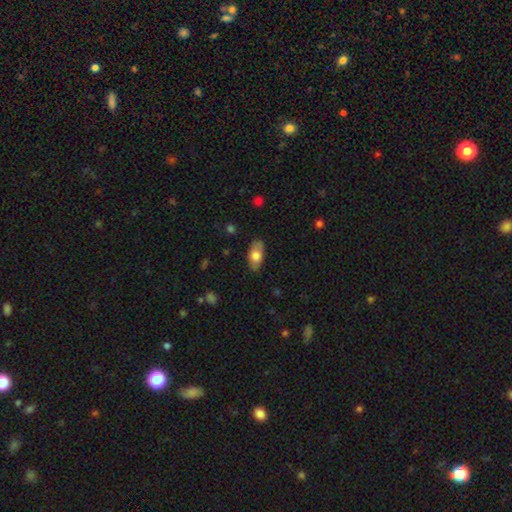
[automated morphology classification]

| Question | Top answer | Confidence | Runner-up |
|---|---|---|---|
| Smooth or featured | smooth | 74% | featured or disk (20%) |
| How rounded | in between | 90% | cigar-shaped (6%) |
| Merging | none | 81% | minor disturbance (15%) |